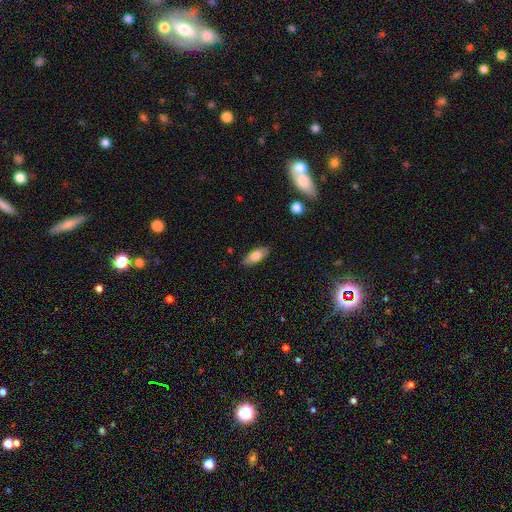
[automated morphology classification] This appears to be a smooth galaxy with no disk features (76%) that is in between round and cigar-shaped (79%). Merging: none (85%).